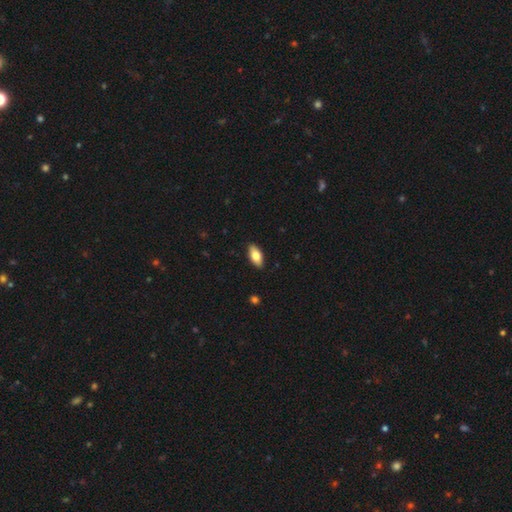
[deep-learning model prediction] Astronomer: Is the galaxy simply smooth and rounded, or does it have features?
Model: smooth — 76%.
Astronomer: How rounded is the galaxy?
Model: in between — 88%.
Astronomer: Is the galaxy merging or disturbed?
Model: none — 89%.